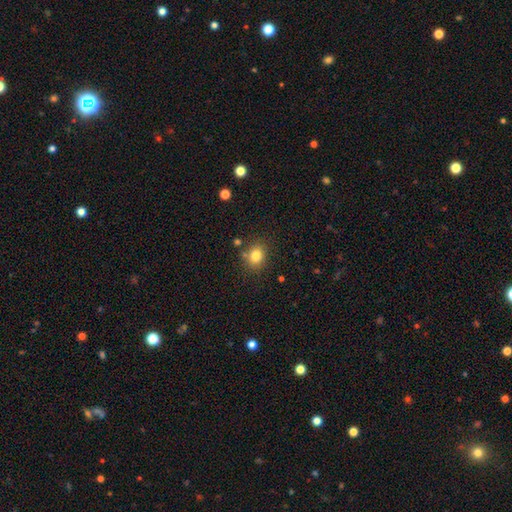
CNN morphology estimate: The model was most divided on "how rounded": round: 51%, in between: 48%, cigar-shaped: 1%. More confident: smooth or featured — smooth (81%); merging — none (77%).